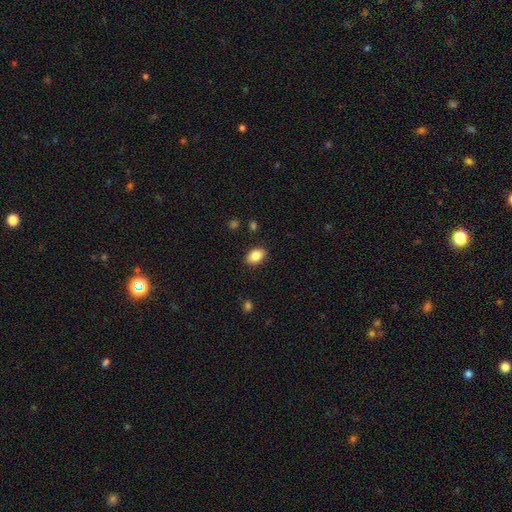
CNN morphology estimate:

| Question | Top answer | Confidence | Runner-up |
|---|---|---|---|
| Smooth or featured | smooth | 86% | star or artifact (8%) |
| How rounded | in between | 85% | round (14%) |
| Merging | none | 88% | minor disturbance (9%) |